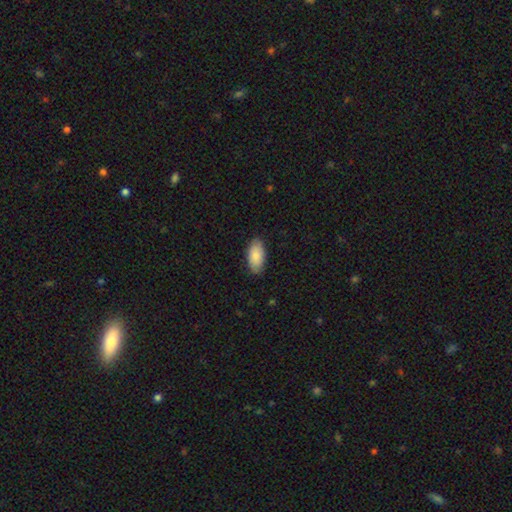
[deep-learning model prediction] A smooth galaxy with no disk features (85%) that is in between round and cigar-shaped (94%). Merging: none (84%).